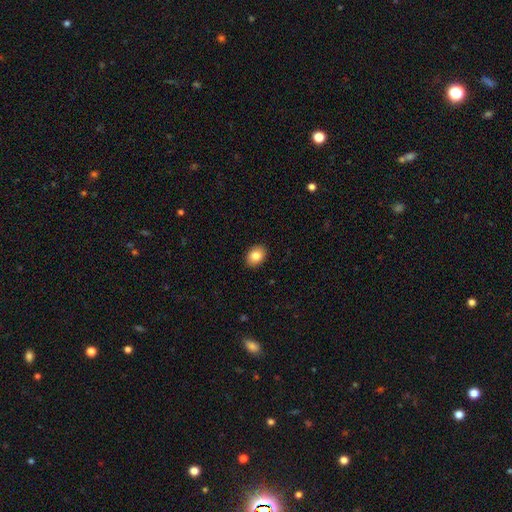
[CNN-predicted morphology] smooth 83%, featured or disk 9%, star or artifact 8%. Down the decision tree: how rounded — in between (67%); merging — none (91%).